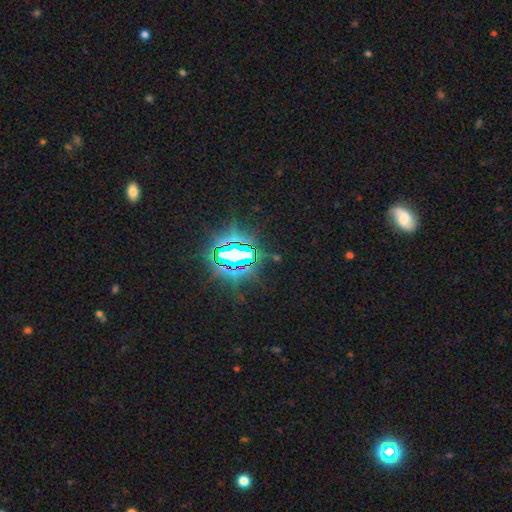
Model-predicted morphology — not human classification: A star or artifact, not a galaxy (82%).

Vote fractions:
- Smooth or featured? star or artifact: 82% / smooth: 9% / featured or disk: 9%